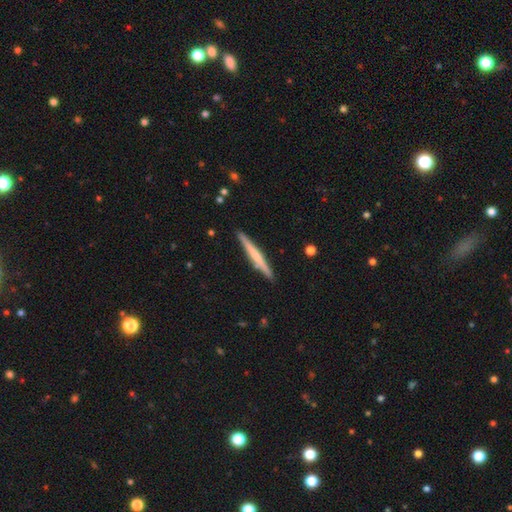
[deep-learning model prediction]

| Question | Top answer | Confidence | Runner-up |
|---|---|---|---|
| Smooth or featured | featured or disk | 52% | smooth (43%) |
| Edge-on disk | yes | 97% | no (3%) |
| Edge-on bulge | none | 56% | rounded (31%) |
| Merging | none | 90% | minor disturbance (7%) |